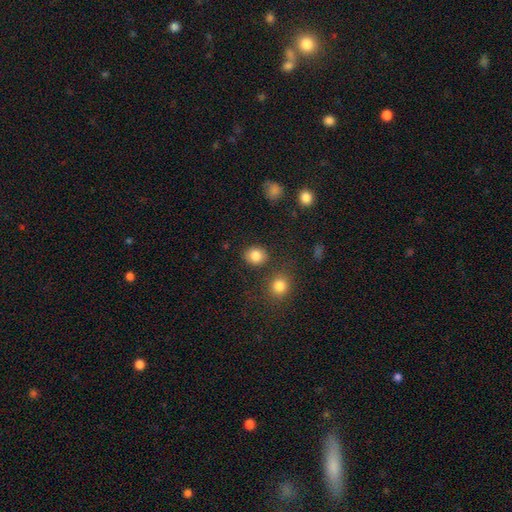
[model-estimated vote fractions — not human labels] Smooth or featured?
  - smooth: 85% *
  - star or artifact: 10%
  - featured or disk: 5%
How rounded?
  - round: 72% *
  - in between: 27%
  - cigar-shaped: 1%
Merging?
  - none: 83% *
  - minor disturbance: 9%
  - merger: 5%
  - major disturbance: 3%